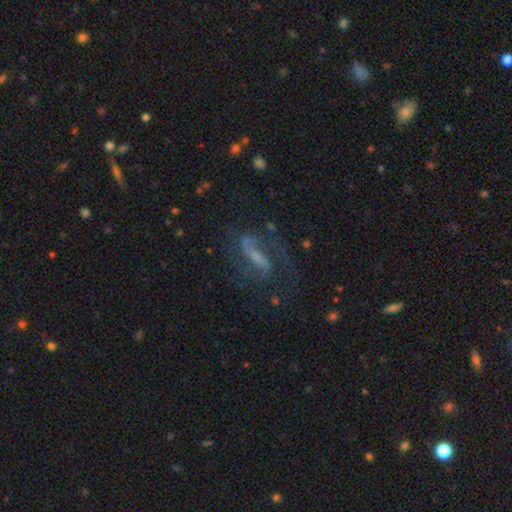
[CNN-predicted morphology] Smooth or featured? Predicted: featured or disk (p=0.76). Edge-on disk? Predicted: no (p=0.89). Bar? Predicted: strong (p=0.54). Spiral arms? Predicted: yes (p=0.90). Spiral winding? Predicted: medium (p=0.50). Spiral arm count? Predicted: 2 (p=0.82). Bulge size? Predicted: small (p=0.41). Merging? Predicted: none (p=0.64).